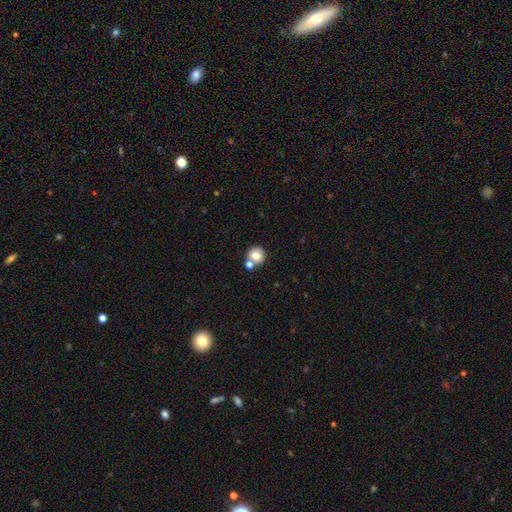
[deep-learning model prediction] smooth-or-featured: smooth: 76% | featured or disk: 13% | star or artifact: 10%
  how-rounded: round: 90% | in between: 9% | cigar-shaped: 1%
  merging: none: 60% | merger: 28% | minor disturbance: 9% | major disturbance: 3%